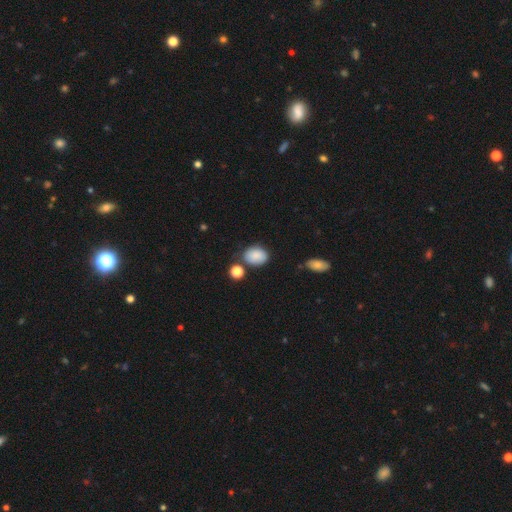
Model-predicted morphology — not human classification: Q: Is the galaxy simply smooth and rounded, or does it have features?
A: smooth — 85%.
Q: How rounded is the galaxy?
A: in between — 69%.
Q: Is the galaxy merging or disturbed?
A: none — 69%.